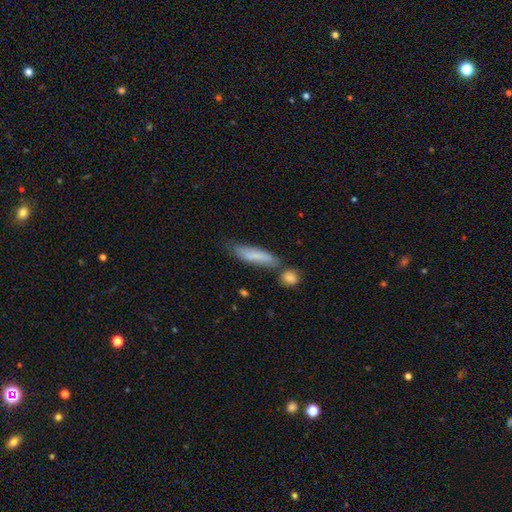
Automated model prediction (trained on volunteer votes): A smooth galaxy with no disk features (75%) that is cigar-shaped (78%).

Vote fractions:
- Smooth or featured? smooth: 75% / featured or disk: 18% / star or artifact: 7%
- How rounded? cigar-shaped: 78% / in between: 20% / round: 2%
- Merging? none: 58% / minor disturbance: 19% / merger: 18% / major disturbance: 6%